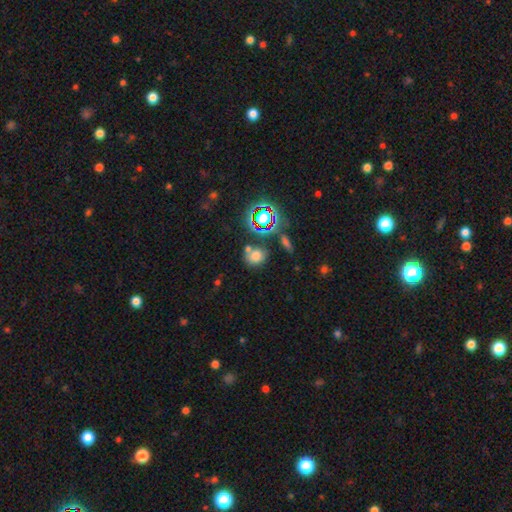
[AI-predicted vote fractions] smooth_or_featured: smooth (p=0.68) [alt: star or artifact p=0.23]
how_rounded: round (p=0.62) [alt: in between p=0.36]
merging: none (p=0.63) [alt: merger p=0.18]